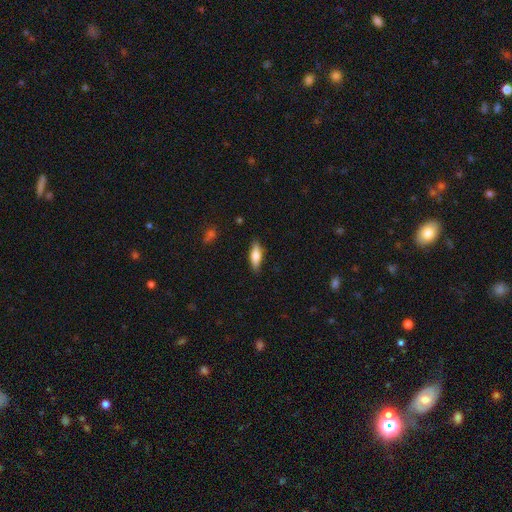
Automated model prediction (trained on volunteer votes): smooth-or-featured: smooth: 69% | featured or disk: 25% | star or artifact: 6%
  how-rounded: in between: 56% | cigar-shaped: 41% | round: 2%
  merging: none: 86% | minor disturbance: 11% | major disturbance: 2% | merger: 1%